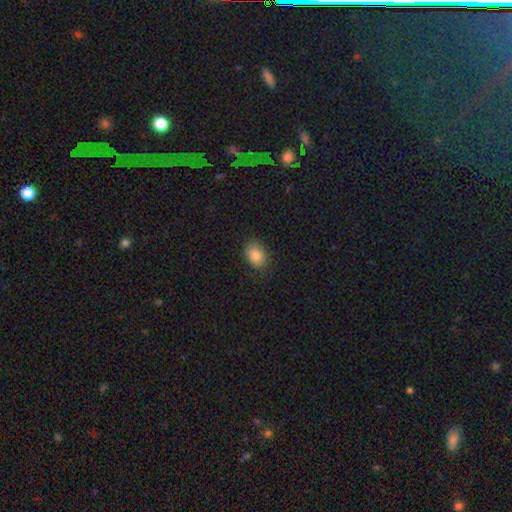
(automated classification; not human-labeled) This appears to be a smooth galaxy with no disk features (84%) that is in between round and cigar-shaped (71%). Merging: none (83%).